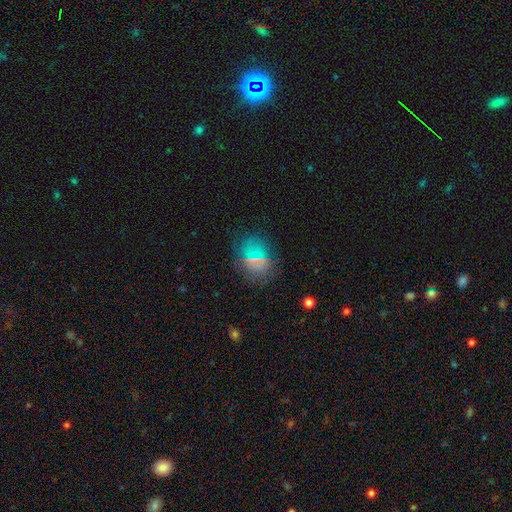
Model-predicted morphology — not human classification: A smooth galaxy with no disk features (57%) that is round (64%). Merging: none (79%).